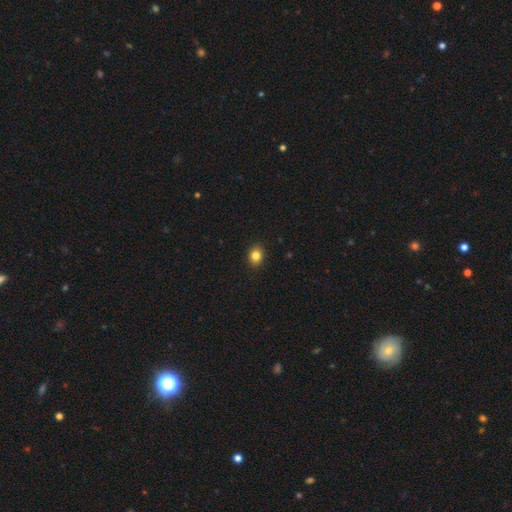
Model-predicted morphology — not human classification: smooth_or_featured: smooth (p=0.84) [alt: star or artifact p=0.11]
how_rounded: round (p=0.52) [alt: in between p=0.47]
merging: none (p=0.91) [alt: minor disturbance p=0.07]